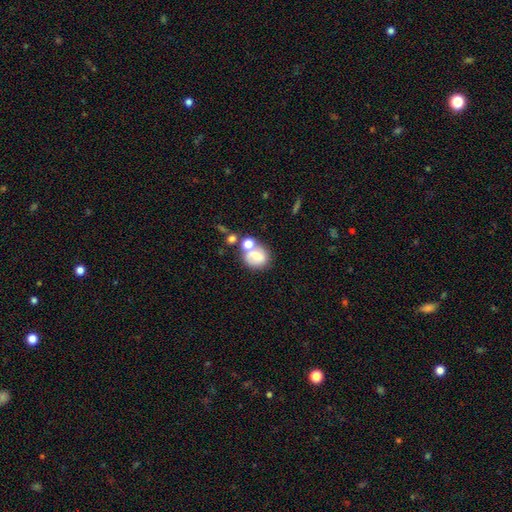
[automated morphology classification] Smooth or featured: smooth — 61% (featured or disk — 27%)
How rounded: round — 56% (in between — 42%)
Merging: none — 40% (merger — 37%)